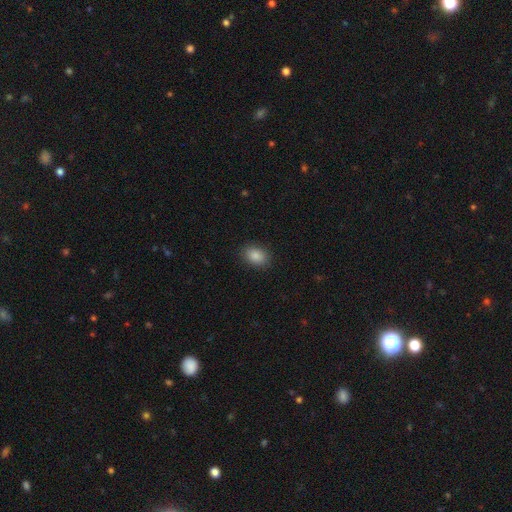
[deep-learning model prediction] Morphology: type=smooth (88%); roundness=in between (77%); merging=none (89%).